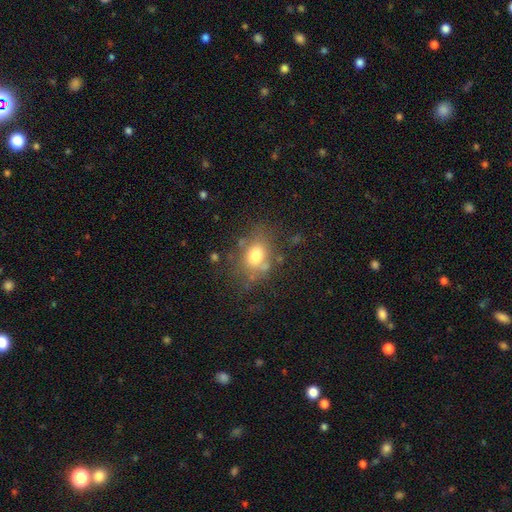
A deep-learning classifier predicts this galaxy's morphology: A smooth galaxy with no disk features (73%) that is in between round and cigar-shaped (63%). Merging: none (63%).